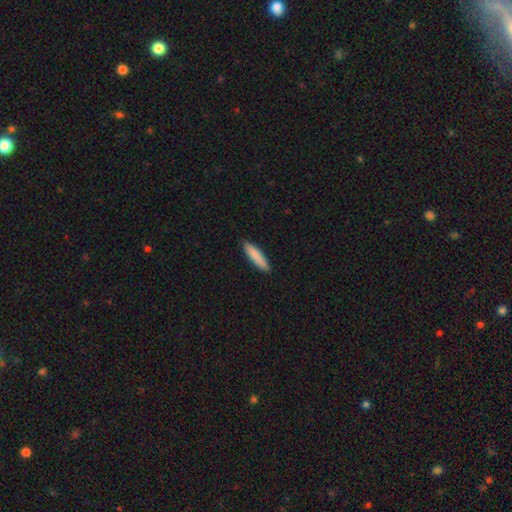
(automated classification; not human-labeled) Smooth or featured? smooth (86%)
How rounded? cigar-shaped (76%)
Merging? none (88%)